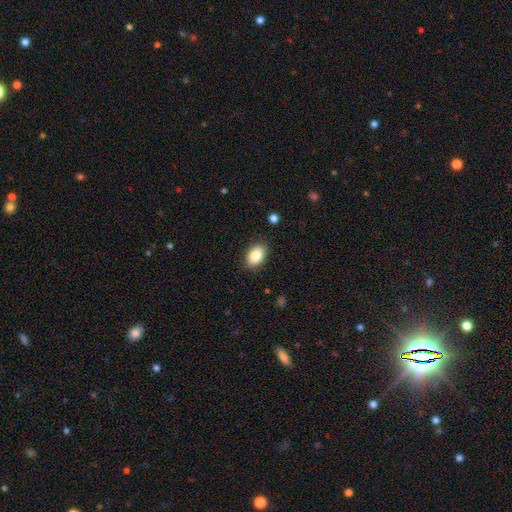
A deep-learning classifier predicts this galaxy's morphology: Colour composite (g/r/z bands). It shows a smooth galaxy with no disk features (85%) that is in between round and cigar-shaped (90%). Merging: none (87%).